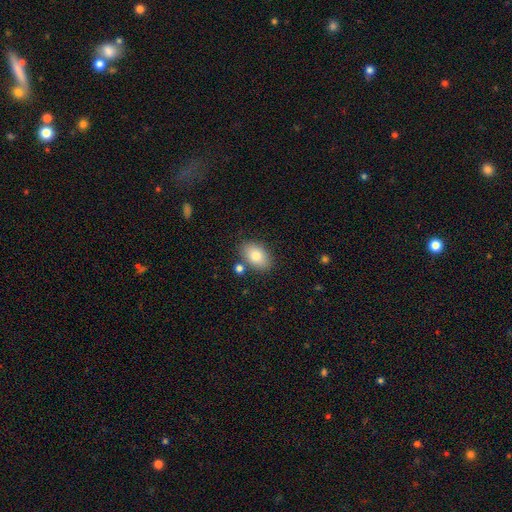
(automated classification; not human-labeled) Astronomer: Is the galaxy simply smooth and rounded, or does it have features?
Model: smooth — 79%.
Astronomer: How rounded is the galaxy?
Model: in between — 88%.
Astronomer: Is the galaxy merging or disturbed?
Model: none — 80%.